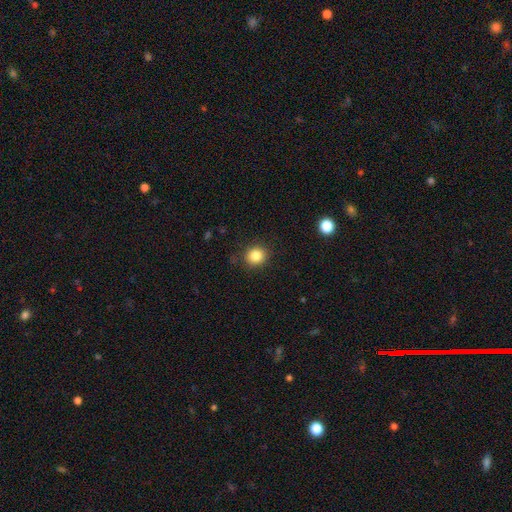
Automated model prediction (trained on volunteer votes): Smooth or featured: smooth — 84% (star or artifact — 11%)
How rounded: round — 85% (in between — 14%)
Merging: none — 88% (minor disturbance — 8%)